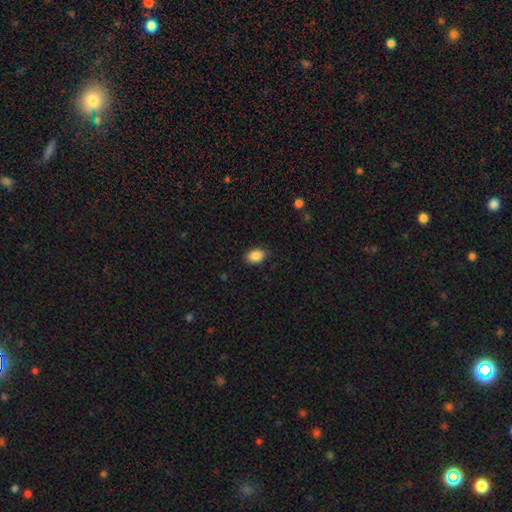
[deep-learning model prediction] smooth_or_featured: smooth (p=0.88) [alt: star or artifact p=0.08]
how_rounded: in between (p=0.85) [alt: round p=0.14]
merging: none (p=0.85) [alt: minor disturbance p=0.12]